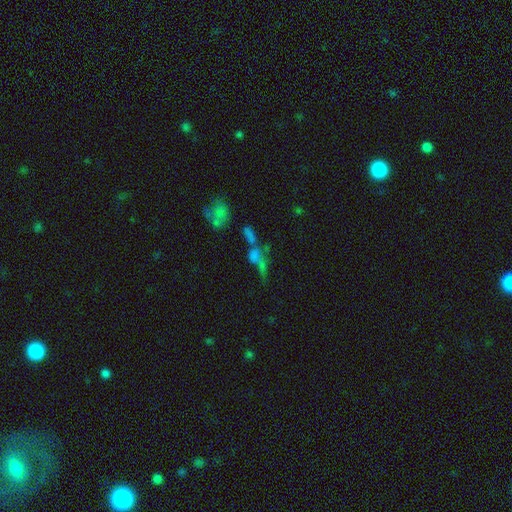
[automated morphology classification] Smooth or featured?
  - smooth: 39% *
  - featured or disk: 32%
  - star or artifact: 28%
Merging?
  - merger: 42% *
  - none: 26%
  - major disturbance: 22%
  - minor disturbance: 11%